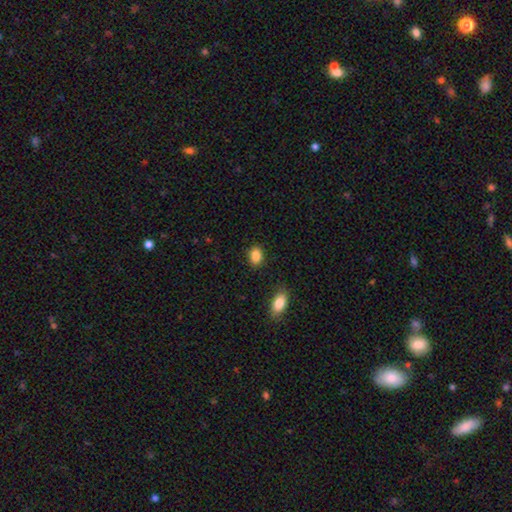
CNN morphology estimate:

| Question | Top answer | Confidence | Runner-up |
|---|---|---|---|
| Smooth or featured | smooth | 88% | star or artifact (9%) |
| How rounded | in between | 76% | round (23%) |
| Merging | none | 86% | minor disturbance (9%) |